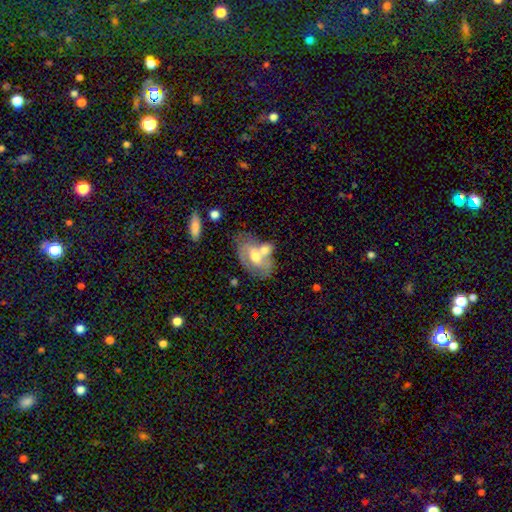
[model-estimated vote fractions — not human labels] smooth-or-featured: featured or disk: 55% | smooth: 38% | star or artifact: 7%
  disk-edge-on: no: 92% | yes: 8%
    bar: no: 53% | weak: 32% | strong: 14%
    has-spiral-arms: no: 55% | yes: 45%
    bulge-size: moderate: 69% | small: 15% | large: 12% | none: 2% | dominant: 1%
  merging: merger: 44% | none: 32% | minor disturbance: 16% | major disturbance: 9%